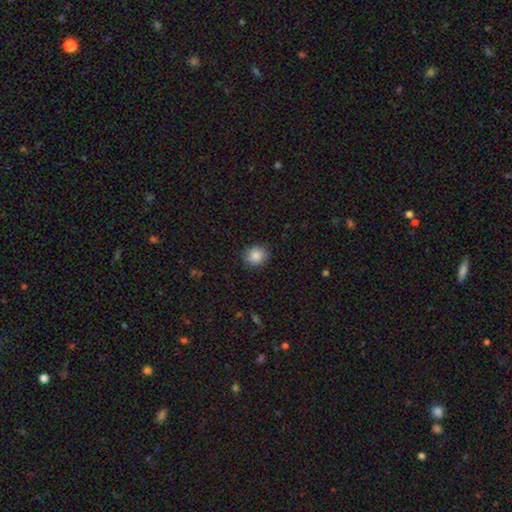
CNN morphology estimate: smooth_or_featured: smooth (p=0.87) [alt: star or artifact p=0.09]
how_rounded: round (p=0.81) [alt: in between p=0.18]
merging: none (p=0.88) [alt: minor disturbance p=0.09]